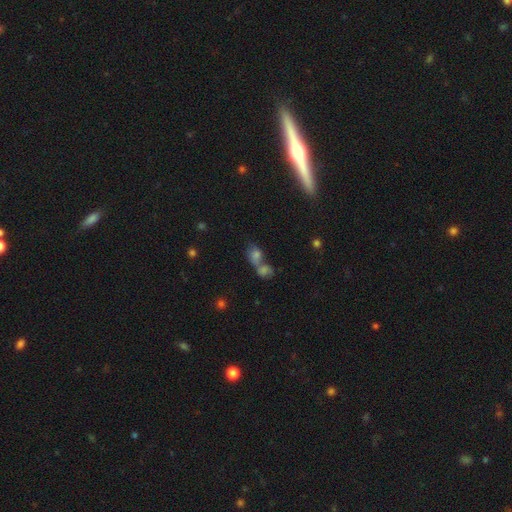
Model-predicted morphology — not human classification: smooth 57%, star or artifact 24%, featured or disk 20%. Down the decision tree: how rounded — in between (56%); merging — merger (55%).